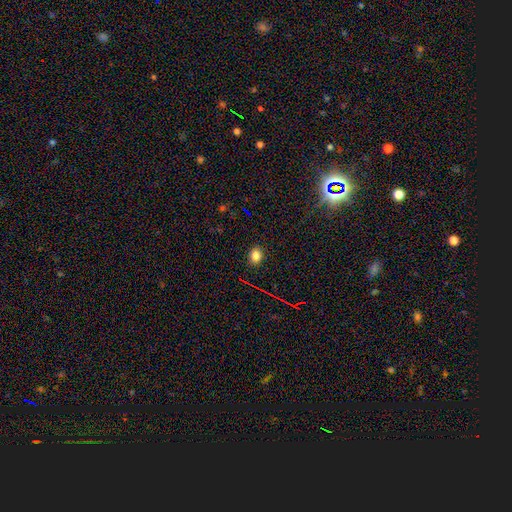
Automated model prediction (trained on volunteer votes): smooth-or-featured: smooth: 80% | star or artifact: 13% | featured or disk: 6%
  how-rounded: in between: 50% | round: 49% | cigar-shaped: 1%
  merging: none: 89% | minor disturbance: 8% | major disturbance: 2% | merger: 1%